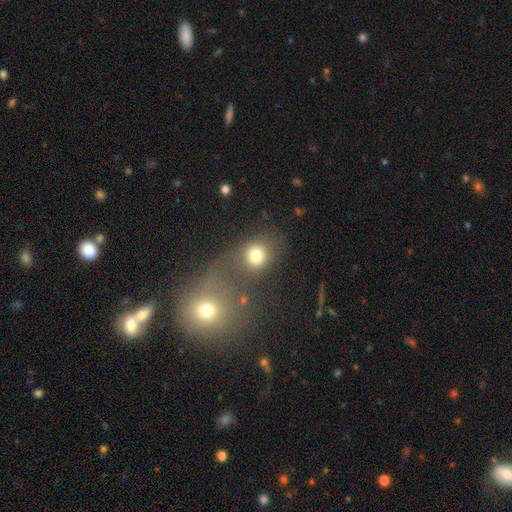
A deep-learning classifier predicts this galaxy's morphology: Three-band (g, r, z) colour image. It shows a smooth galaxy with no disk features (77%) that is round (68%). Merging: none (45%).